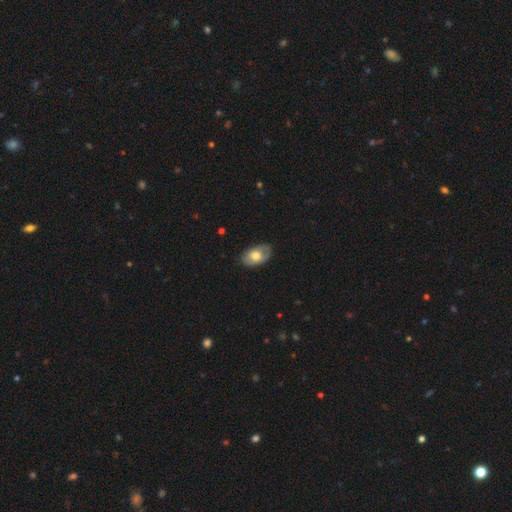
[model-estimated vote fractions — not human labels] smooth-or-featured: smooth: 61% | featured or disk: 33% | star or artifact: 6%
  how-rounded: in between: 90% | round: 8% | cigar-shaped: 1%
  merging: none: 78% | minor disturbance: 18% | major disturbance: 4% | merger: 1%